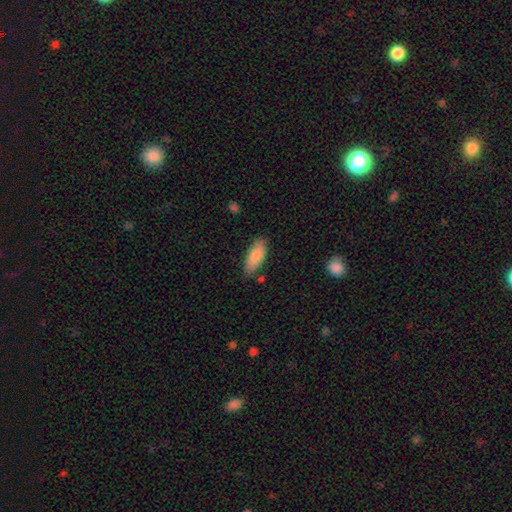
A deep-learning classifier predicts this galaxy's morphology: Smooth or featured: smooth — 85% (featured or disk — 9%)
How rounded: in between — 78% (cigar-shaped — 20%)
Merging: none — 79% (minor disturbance — 15%)